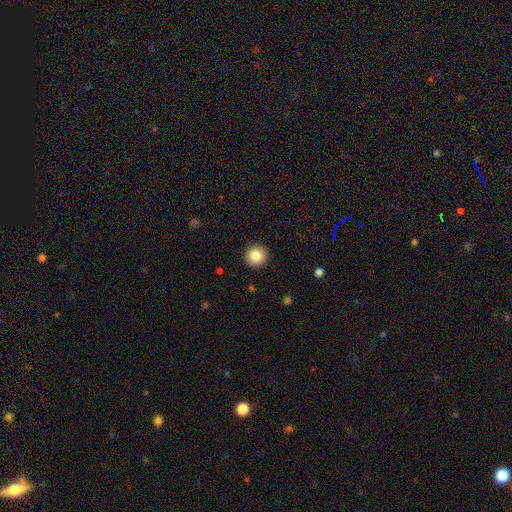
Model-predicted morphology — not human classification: Q: Smooth or featured?
A: smooth (85%); runner-up: star or artifact (9%)
Q: How rounded?
A: round (94%); runner-up: in between (5%)
Q: Merging?
A: none (93%); runner-up: minor disturbance (5%)